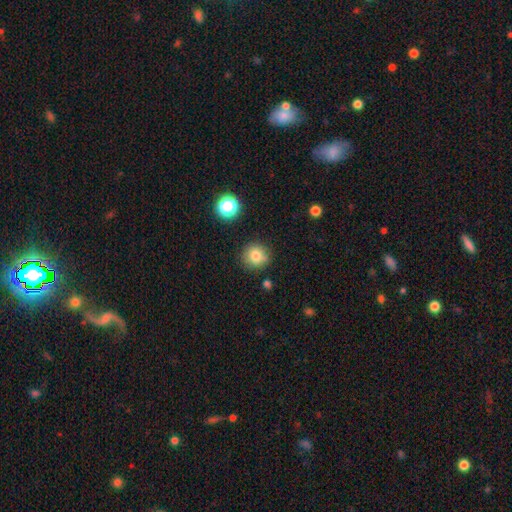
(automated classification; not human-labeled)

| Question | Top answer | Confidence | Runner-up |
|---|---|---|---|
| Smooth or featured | smooth | 79% | star or artifact (12%) |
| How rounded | round | 90% | in between (9%) |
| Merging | none | 82% | minor disturbance (11%) |